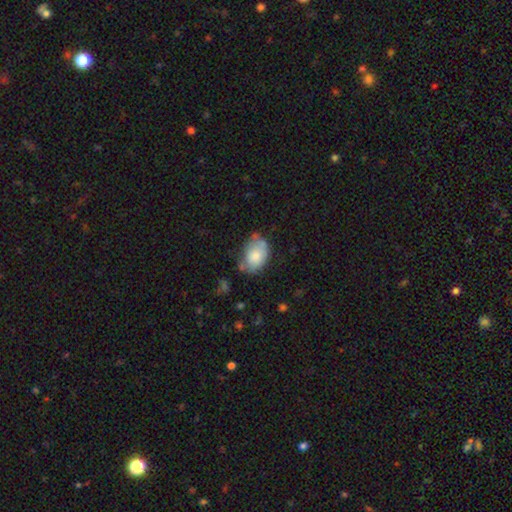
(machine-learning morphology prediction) This is likely a smooth galaxy (72%). How rounded: likely in between (79%). Merging: possibly none (48%).